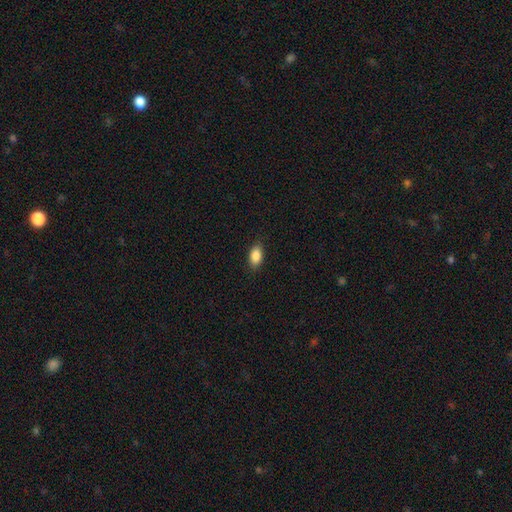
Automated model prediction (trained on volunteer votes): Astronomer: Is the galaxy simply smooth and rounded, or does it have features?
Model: smooth — 88%.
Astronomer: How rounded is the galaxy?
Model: in between — 91%.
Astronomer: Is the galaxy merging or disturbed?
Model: none — 87%.